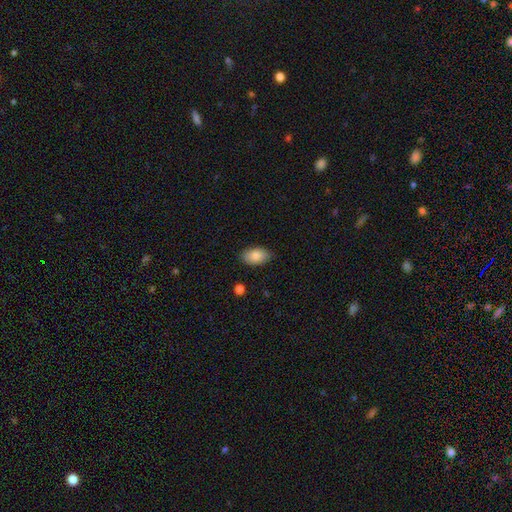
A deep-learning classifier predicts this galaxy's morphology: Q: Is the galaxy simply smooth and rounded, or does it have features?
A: smooth — 86%.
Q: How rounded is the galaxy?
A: in between — 94%.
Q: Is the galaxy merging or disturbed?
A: none — 84%.